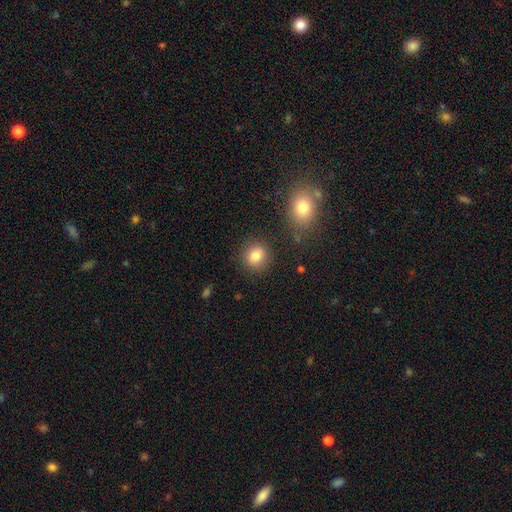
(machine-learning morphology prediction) This is clearly a smooth galaxy (82%). How rounded: clearly round (84%). Merging: clearly none (86%).